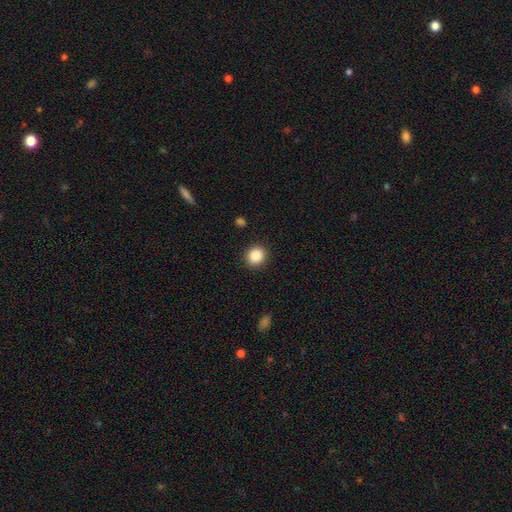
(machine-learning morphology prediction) This is clearly a smooth galaxy (86%). How rounded: clearly round (80%). Merging: clearly none (91%).